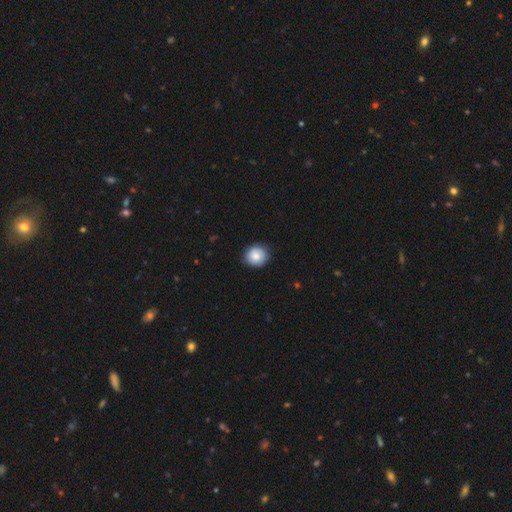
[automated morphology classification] Smooth or featured: smooth — 81% (featured or disk — 12%)
How rounded: round — 88% (in between — 11%)
Merging: none — 84% (minor disturbance — 12%)